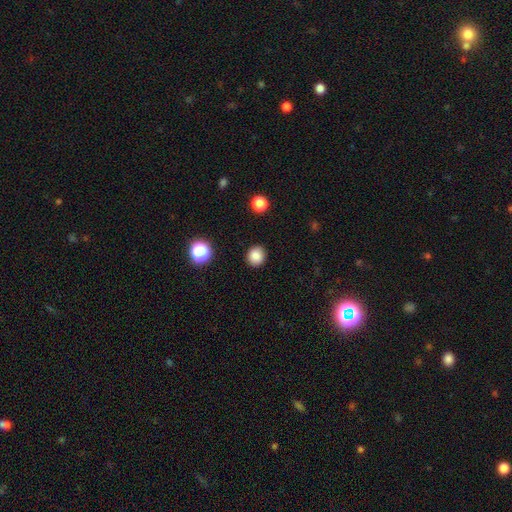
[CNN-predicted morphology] Smooth or featured?
  - smooth: 85% *
  - star or artifact: 11%
  - featured or disk: 4%
How rounded?
  - round: 83% *
  - in between: 16%
  - cigar-shaped: 1%
Merging?
  - none: 90% *
  - minor disturbance: 7%
  - major disturbance: 2%
  - merger: 1%